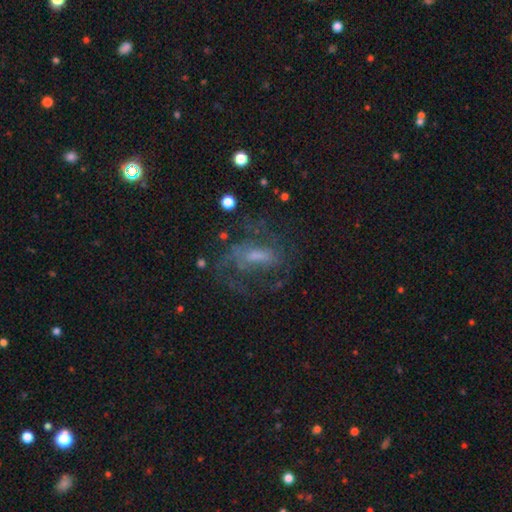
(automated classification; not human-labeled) A featured or disk galaxy (68%) with a weak bar (45%), spiral arms (75%) and a moderate central bulge (36%, tied with small). Merging: none (50%).